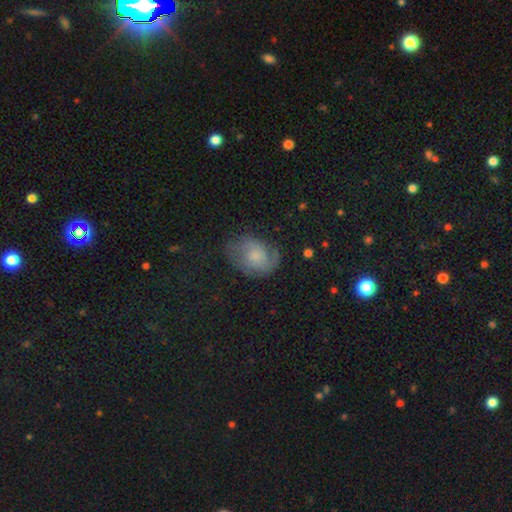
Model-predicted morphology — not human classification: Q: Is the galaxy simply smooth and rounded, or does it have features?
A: featured or disk — 53%.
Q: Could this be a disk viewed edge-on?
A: no — 97%.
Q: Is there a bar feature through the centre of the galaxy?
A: no — 73%.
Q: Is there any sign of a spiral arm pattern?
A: yes — 84%.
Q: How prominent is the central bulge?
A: small — 38%.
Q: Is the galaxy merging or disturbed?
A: none — 58%.